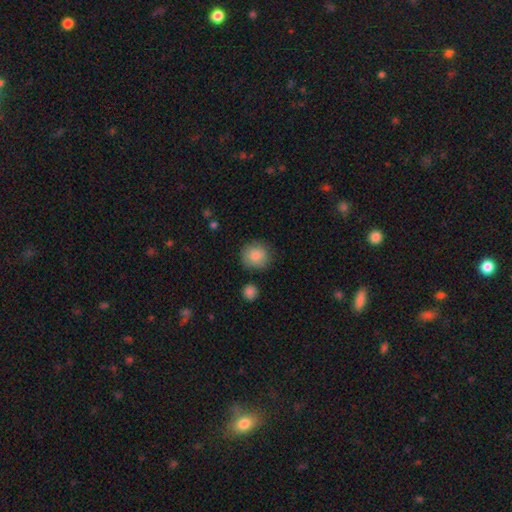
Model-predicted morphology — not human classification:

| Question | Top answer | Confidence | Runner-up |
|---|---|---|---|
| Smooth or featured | smooth | 87% | star or artifact (7%) |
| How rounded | round | 89% | in between (10%) |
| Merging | none | 82% | minor disturbance (12%) |